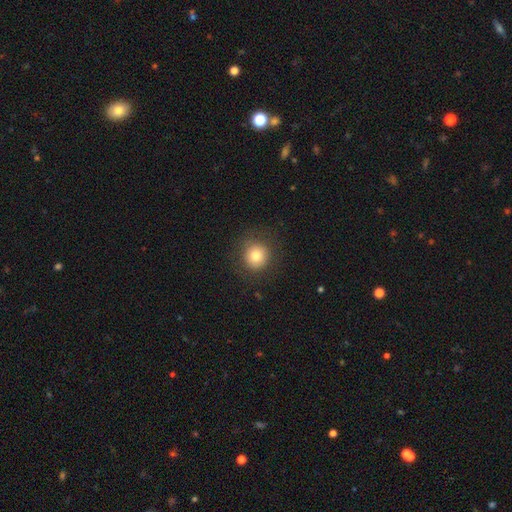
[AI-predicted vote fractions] Smooth or featured: smooth — 80% (star or artifact — 10%)
How rounded: round — 92% (in between — 7%)
Merging: none — 85% (minor disturbance — 9%)